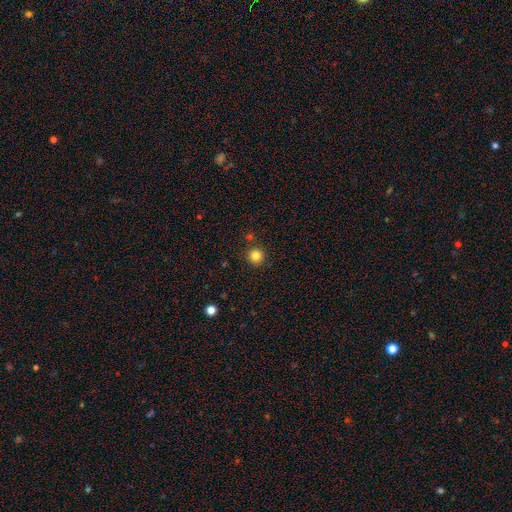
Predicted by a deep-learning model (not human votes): Morphology: type=smooth (82%); roundness=round (95%); merging=none (88%).